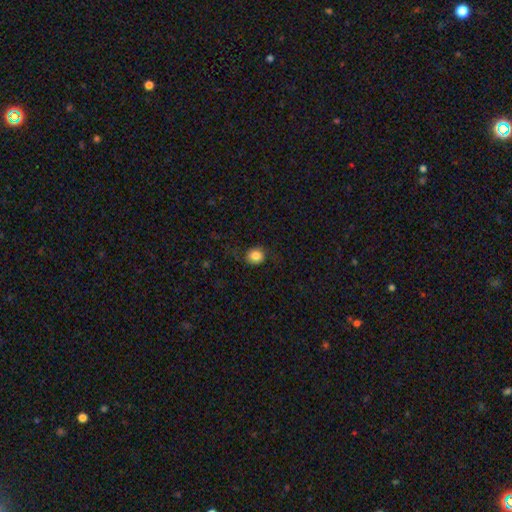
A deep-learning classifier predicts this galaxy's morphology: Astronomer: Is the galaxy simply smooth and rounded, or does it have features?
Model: smooth — 83%.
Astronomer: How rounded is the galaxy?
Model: round — 81%.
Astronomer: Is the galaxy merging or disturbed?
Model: none — 81%.